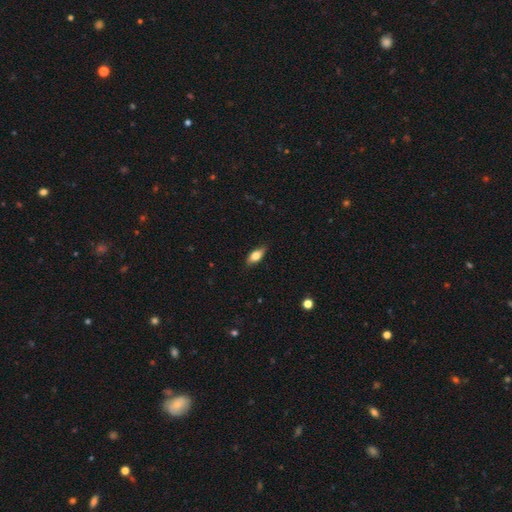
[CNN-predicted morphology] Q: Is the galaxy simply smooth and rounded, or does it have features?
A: smooth — 74%.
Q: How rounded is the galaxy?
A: in between — 82%.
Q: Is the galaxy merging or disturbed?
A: none — 81%.